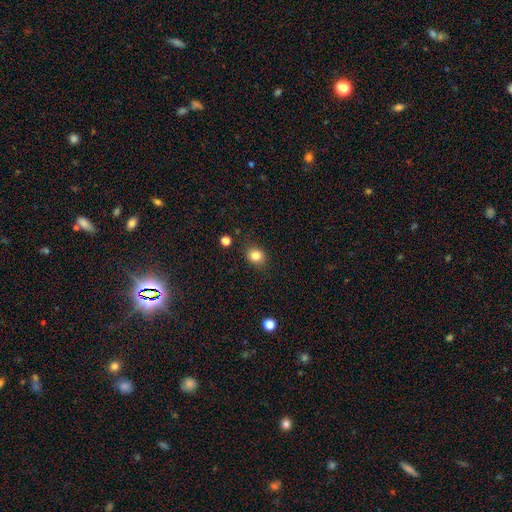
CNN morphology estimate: smooth_or_featured: smooth (p=0.82) [alt: star or artifact p=0.12]
how_rounded: round (p=0.66) [alt: in between p=0.33]
merging: none (p=0.85) [alt: minor disturbance p=0.11]